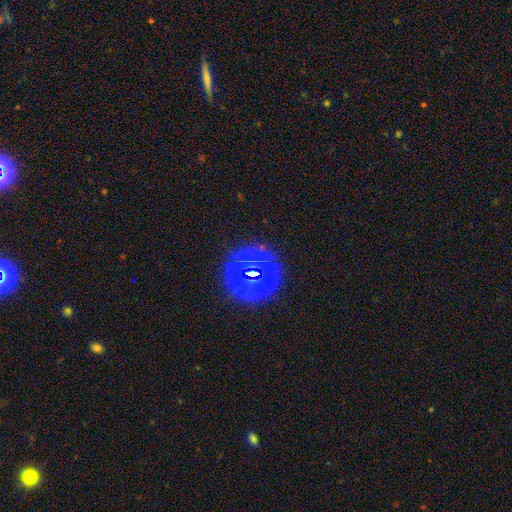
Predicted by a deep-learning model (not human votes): Q: Smooth or featured?
A: star or artifact (81%); runner-up: smooth (13%)